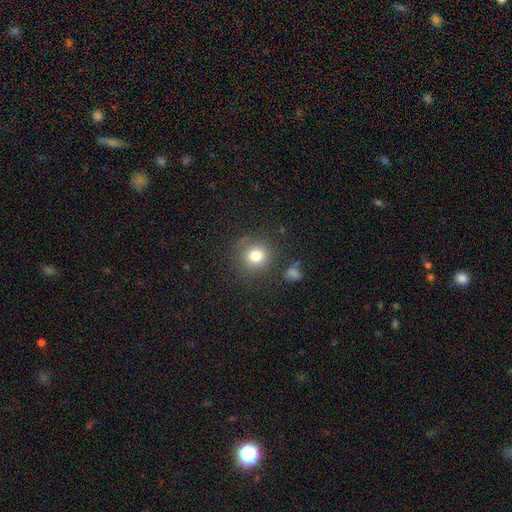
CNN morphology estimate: Smooth or featured? smooth (79%)
How rounded? round (89%)
Merging? none (80%)